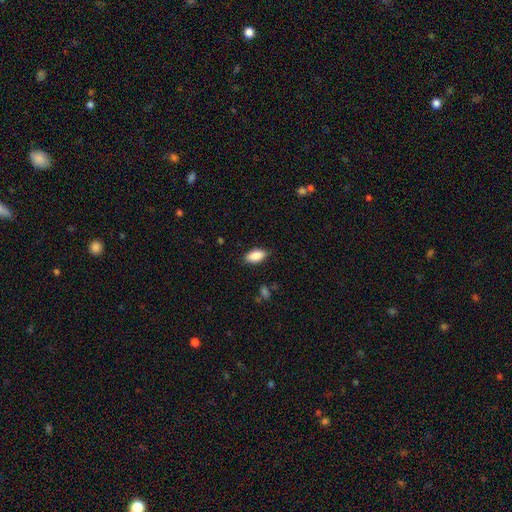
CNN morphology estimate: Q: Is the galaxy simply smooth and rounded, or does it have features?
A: smooth — 88%.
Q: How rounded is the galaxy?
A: in between — 92%.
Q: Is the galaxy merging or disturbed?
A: none — 84%.